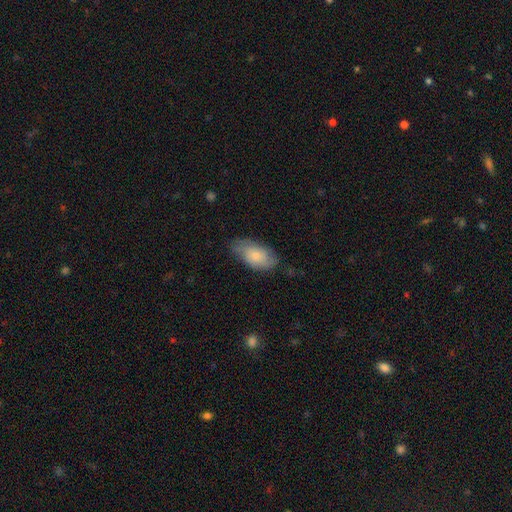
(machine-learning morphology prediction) smooth-or-featured: smooth: 69% | featured or disk: 25% | star or artifact: 6%
  how-rounded: in between: 93% | round: 4% | cigar-shaped: 3%
  merging: none: 63% | minor disturbance: 29% | major disturbance: 7% | merger: 1%